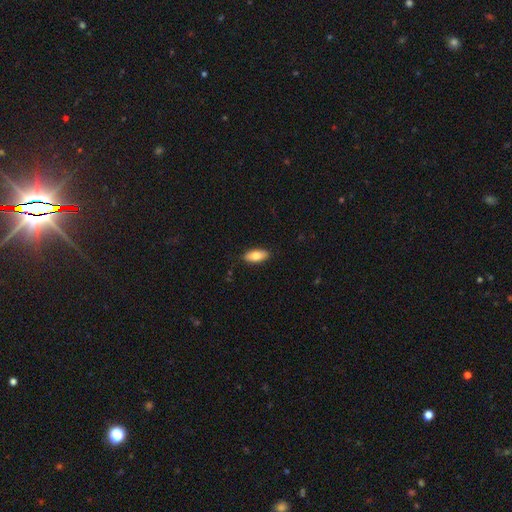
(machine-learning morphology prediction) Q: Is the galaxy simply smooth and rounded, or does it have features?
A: smooth — 79%.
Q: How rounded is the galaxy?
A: in between — 83%.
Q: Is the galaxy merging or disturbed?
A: none — 88%.